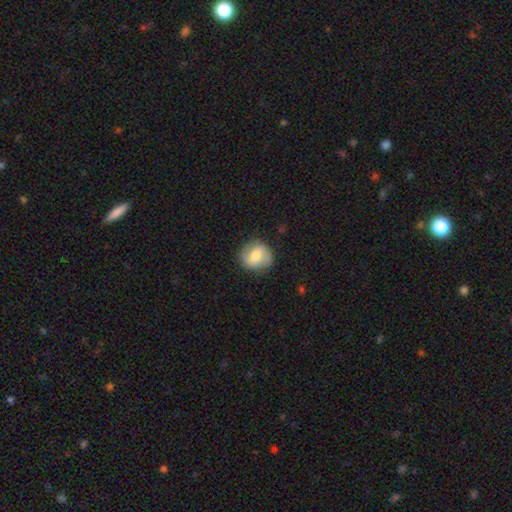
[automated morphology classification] The model was most divided on "smooth or featured": smooth: 62%, featured or disk: 30%, star or artifact: 8%. More confident: merging — none (82%); how rounded — round (81%).